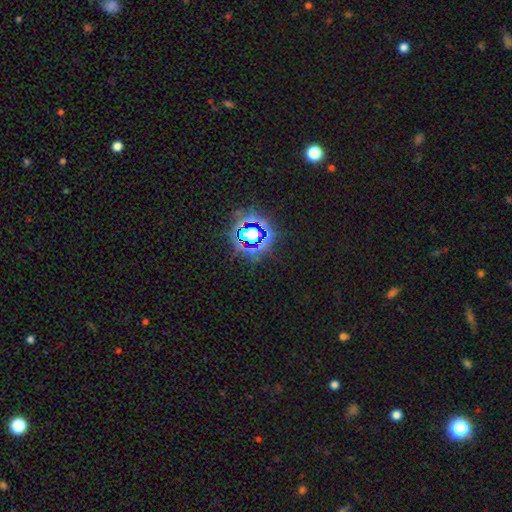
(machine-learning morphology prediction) Smooth or featured?
  - star or artifact: 81% *
  - smooth: 13%
  - featured or disk: 6%